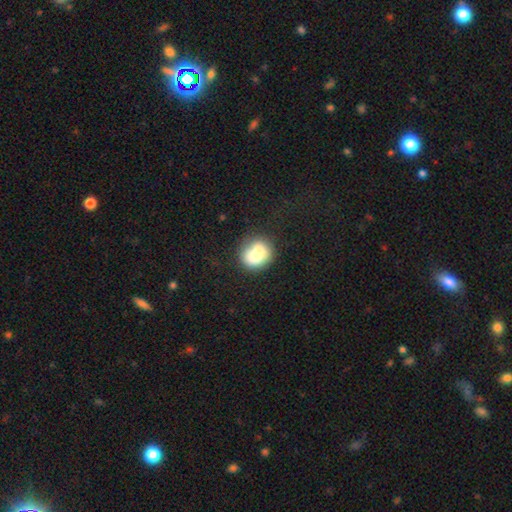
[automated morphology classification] Q: Smooth or featured?
A: smooth (69%); runner-up: featured or disk (22%)
Q: How rounded?
A: round (76%); runner-up: in between (23%)
Q: Merging?
A: none (46%); runner-up: merger (34%)